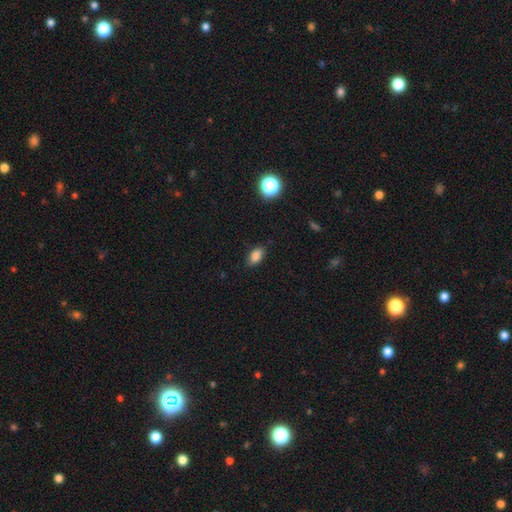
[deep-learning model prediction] Morphology: type=smooth (85%); roundness=in between (90%); merging=none (82%).